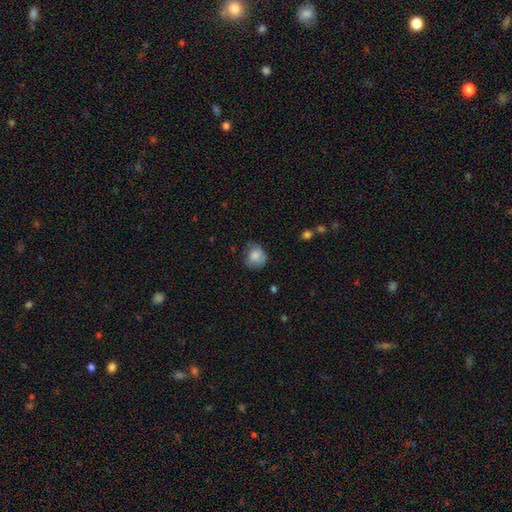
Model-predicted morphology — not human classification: This is likely a smooth galaxy (78%). How rounded: likely round (69%). Merging: possibly none (57%).